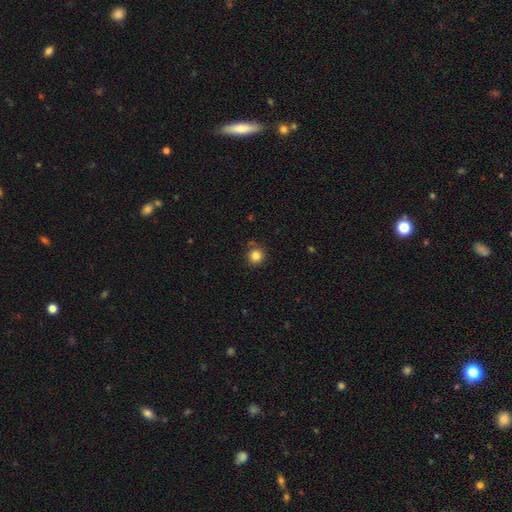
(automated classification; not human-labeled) Smooth or featured? smooth (83%)
How rounded? round (94%)
Merging? none (86%)